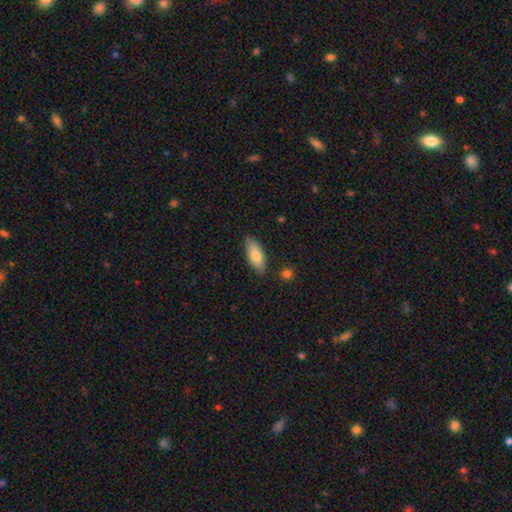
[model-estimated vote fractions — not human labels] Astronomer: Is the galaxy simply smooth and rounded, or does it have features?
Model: smooth — 78%.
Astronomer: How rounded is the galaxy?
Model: in between — 79%.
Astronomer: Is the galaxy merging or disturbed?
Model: none — 82%.